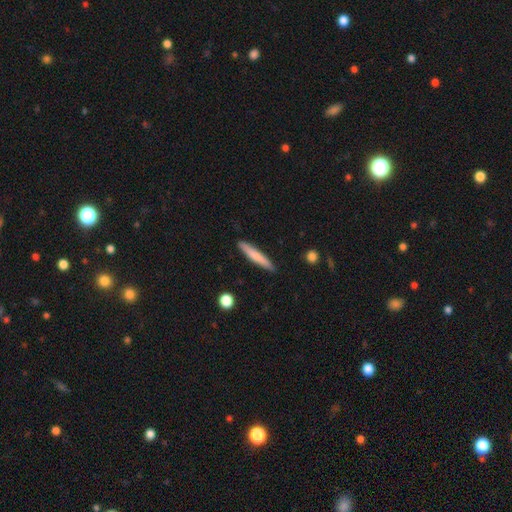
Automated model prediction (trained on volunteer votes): smooth-or-featured: smooth: 71% | featured or disk: 24% | star or artifact: 5%
  how-rounded: cigar-shaped: 93% | in between: 6% | round: 1%
  merging: none: 89% | minor disturbance: 8% | major disturbance: 2% | merger: 1%